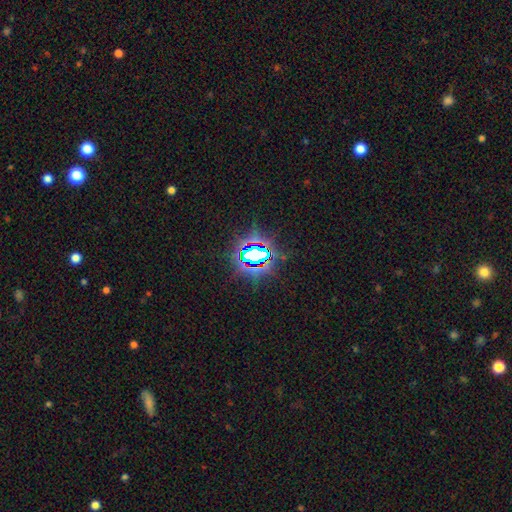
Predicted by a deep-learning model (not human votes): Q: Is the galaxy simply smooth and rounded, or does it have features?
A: star or artifact — 75%.